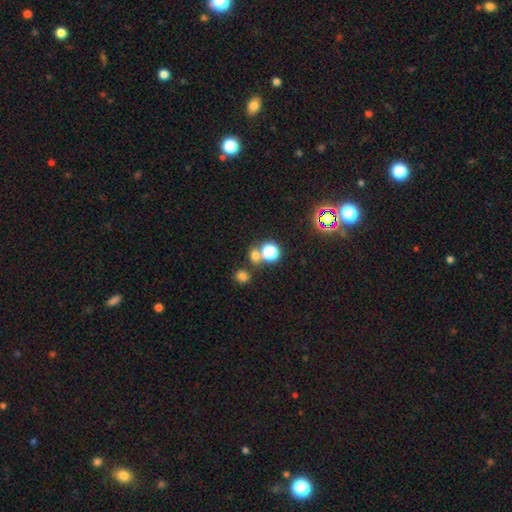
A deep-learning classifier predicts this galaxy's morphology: The model was most divided on "merging": none: 58%, merger: 30%, minor disturbance: 8%, major disturbance: 4%. More confident: how rounded — round (70%); smooth or featured — smooth (66%).